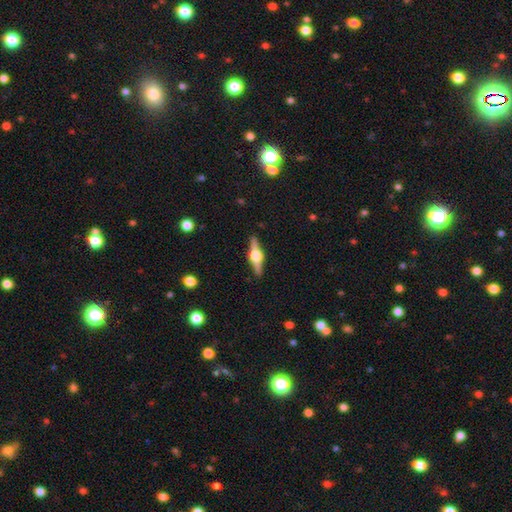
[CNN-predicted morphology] smooth-or-featured: featured or disk: 81% | smooth: 13% | star or artifact: 6%
  disk-edge-on: yes: 98% | no: 2%
    edge-on-bulge: rounded: 95% | boxy: 4% | none: 1%
  merging: none: 91% | minor disturbance: 7% | major disturbance: 2% | merger: 1%